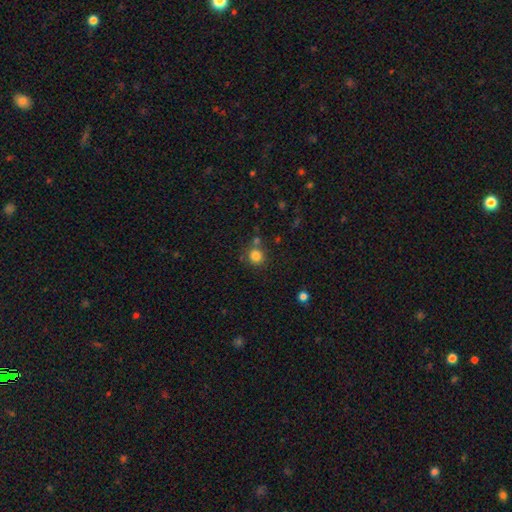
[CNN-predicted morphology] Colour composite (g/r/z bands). It shows a smooth galaxy with no disk features (83%) that is round (90%). Merging: none (73%).